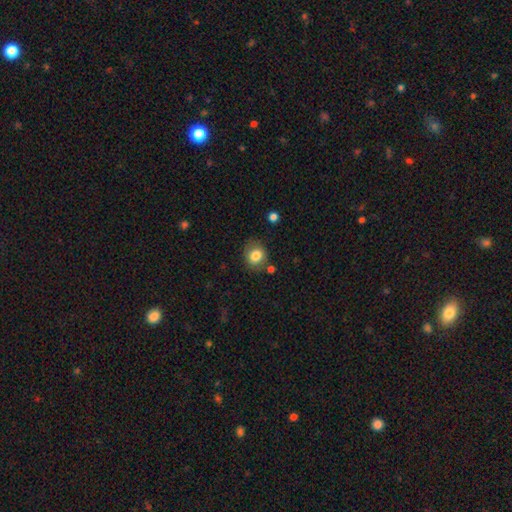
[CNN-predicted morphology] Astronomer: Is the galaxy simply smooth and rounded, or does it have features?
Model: smooth — 82%.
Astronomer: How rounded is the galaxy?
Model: round — 70%.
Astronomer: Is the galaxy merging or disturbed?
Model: none — 76%.